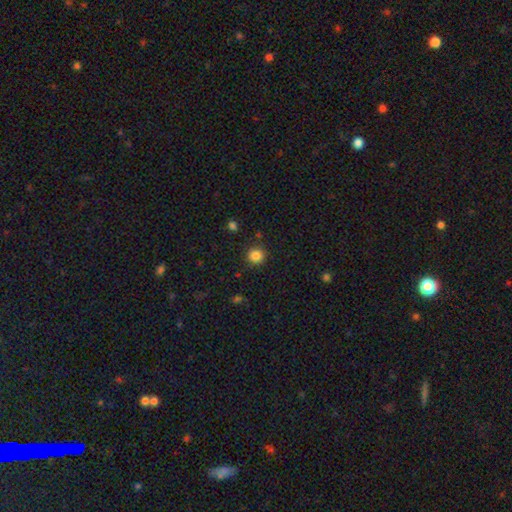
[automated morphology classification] Overall: smooth (85%). How rounded: round (93%). Merging: none (90%).